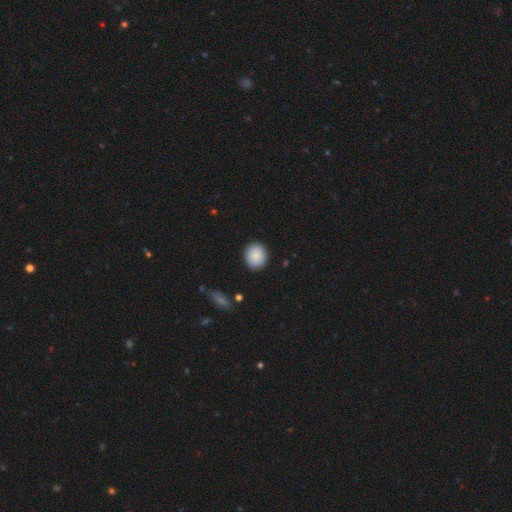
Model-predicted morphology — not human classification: Smooth or featured? Predicted: smooth (p=0.89). How rounded? Predicted: round (p=0.74). Merging? Predicted: none (p=0.90).